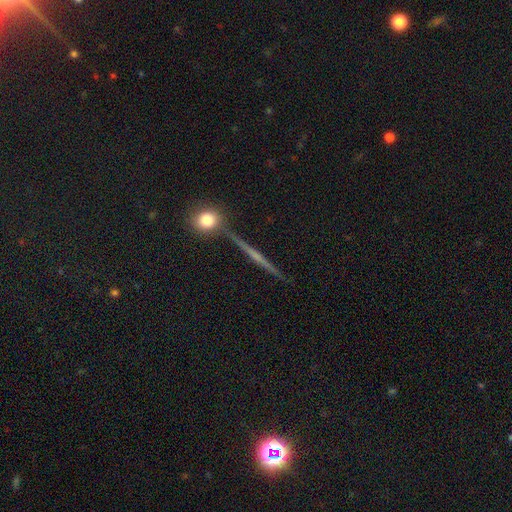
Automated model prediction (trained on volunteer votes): A featured or disk galaxy (69%) viewed edge-on (97%) with no central bulge (59%). Merging: none (87%).